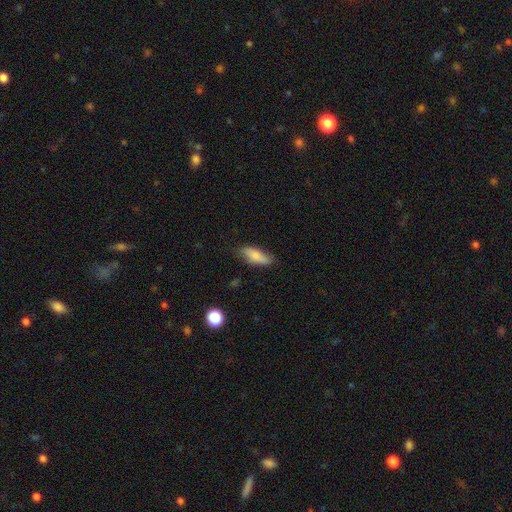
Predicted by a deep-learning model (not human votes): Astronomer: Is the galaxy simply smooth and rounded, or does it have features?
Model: smooth — 78%.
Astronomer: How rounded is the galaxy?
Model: in between — 67%.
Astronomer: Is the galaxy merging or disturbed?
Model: none — 69%.